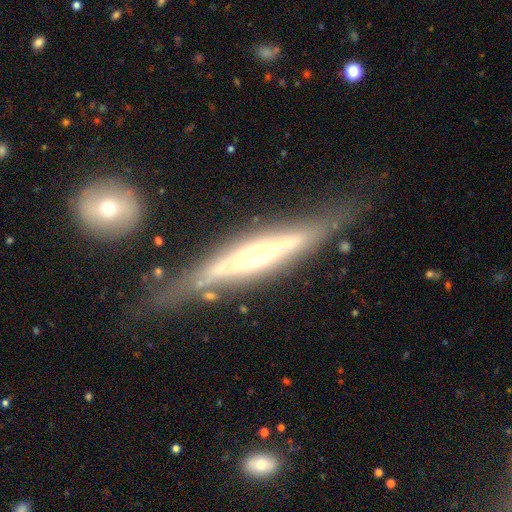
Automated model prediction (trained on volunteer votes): Overall: featured or disk (73%). Edge-on disk: yes (87%). Edge-on bulge: rounded (67%). Merging: none (71%).